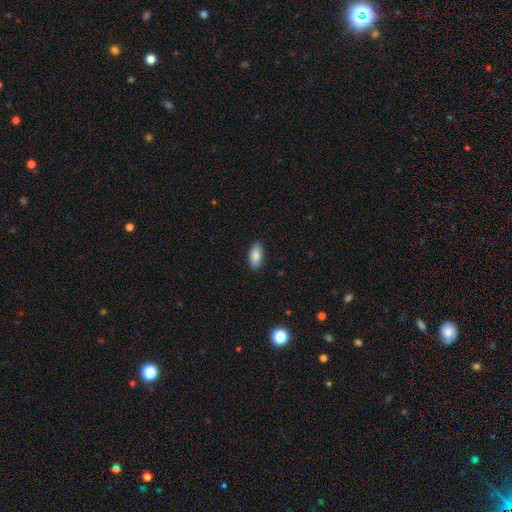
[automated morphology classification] Smooth or featured? Predicted: smooth (p=0.86). How rounded? Predicted: in between (p=0.90). Merging? Predicted: none (p=0.88).